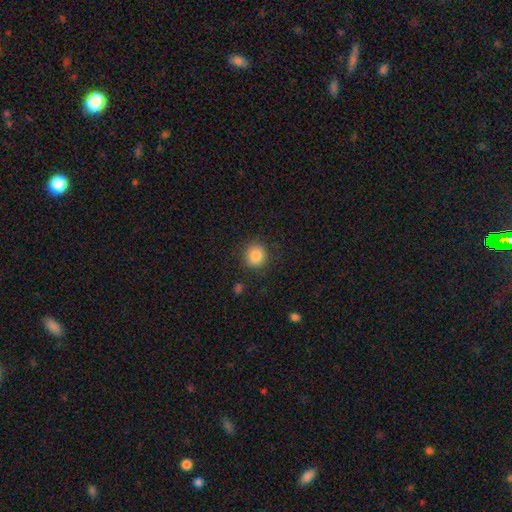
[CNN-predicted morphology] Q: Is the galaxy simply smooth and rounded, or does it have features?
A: smooth — 87%.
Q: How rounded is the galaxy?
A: round — 85%.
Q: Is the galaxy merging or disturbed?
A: none — 86%.